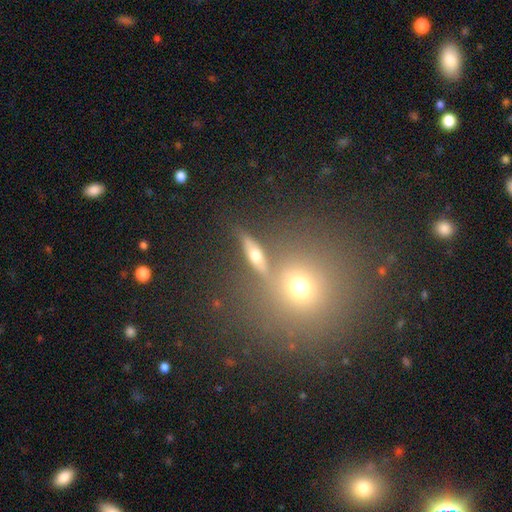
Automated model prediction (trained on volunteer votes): Smooth or featured: featured or disk — 43% (smooth — 40%)
Merging: none — 76% (minor disturbance — 10%)